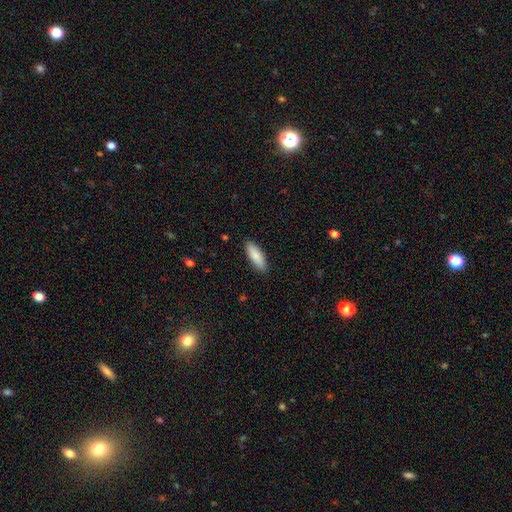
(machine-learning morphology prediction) smooth 87%, featured or disk 7%, star or artifact 6%. Down the decision tree: how rounded — in between (57%); merging — none (89%).